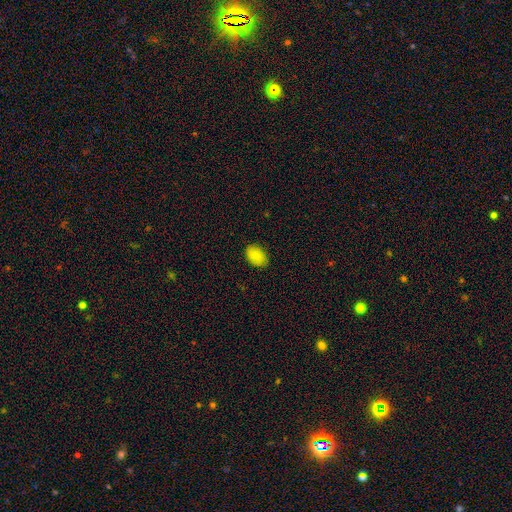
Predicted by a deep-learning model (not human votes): Smooth or featured? smooth (86%)
How rounded? in between (84%)
Merging? none (85%)